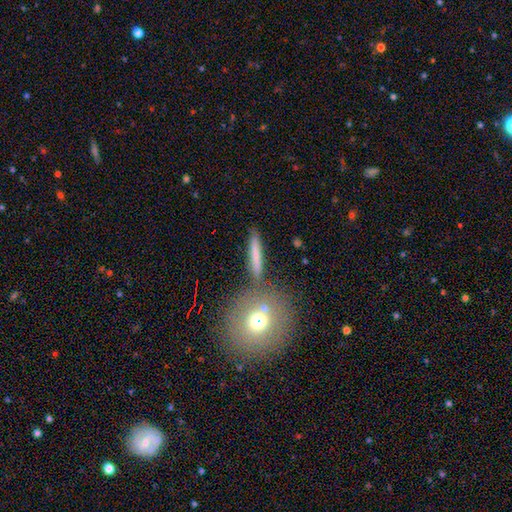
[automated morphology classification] smooth-or-featured: smooth: 70% | featured or disk: 21% | star or artifact: 9%
  how-rounded: cigar-shaped: 90% | in between: 6% | round: 4%
  merging: none: 82% | minor disturbance: 9% | merger: 6% | major disturbance: 3%